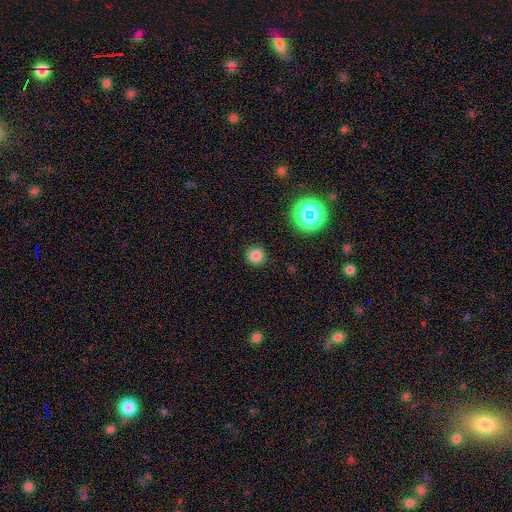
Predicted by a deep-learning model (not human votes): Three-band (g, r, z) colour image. It shows a smooth galaxy with no disk features (79%) that is round (95%). Merging: none (91%).